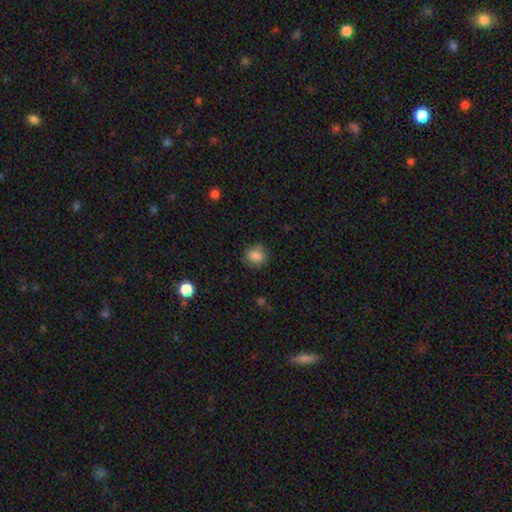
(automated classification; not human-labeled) A smooth galaxy with no disk features (85%) that is round (79%). Merging: none (81%).